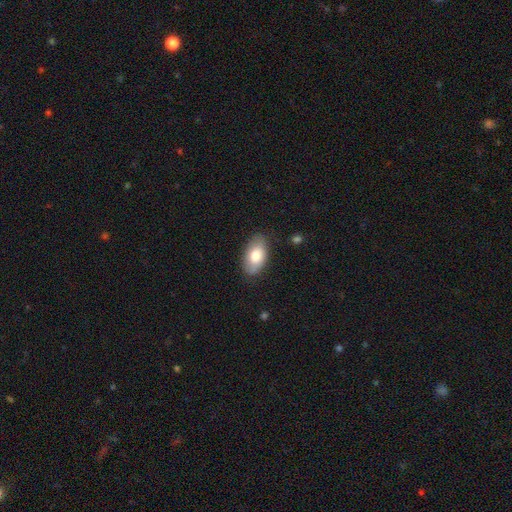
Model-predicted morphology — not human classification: Smooth or featured?
  - smooth: 76% *
  - featured or disk: 17%
  - star or artifact: 6%
How rounded?
  - in between: 94% *
  - round: 4%
  - cigar-shaped: 2%
Merging?
  - none: 81% *
  - minor disturbance: 14%
  - major disturbance: 3%
  - merger: 1%